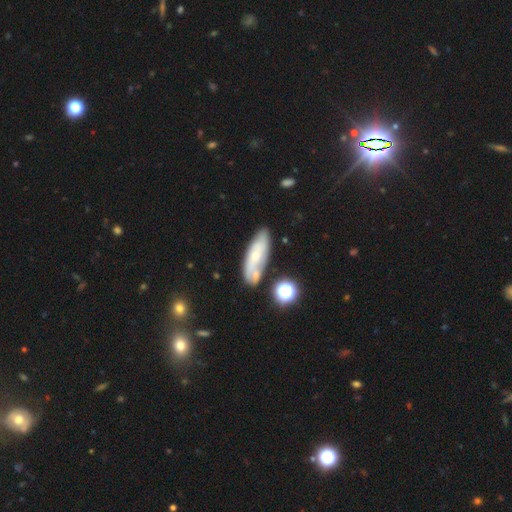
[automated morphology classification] Smooth or featured? Predicted: featured or disk (p=0.47). Merging? Predicted: none (p=0.60).